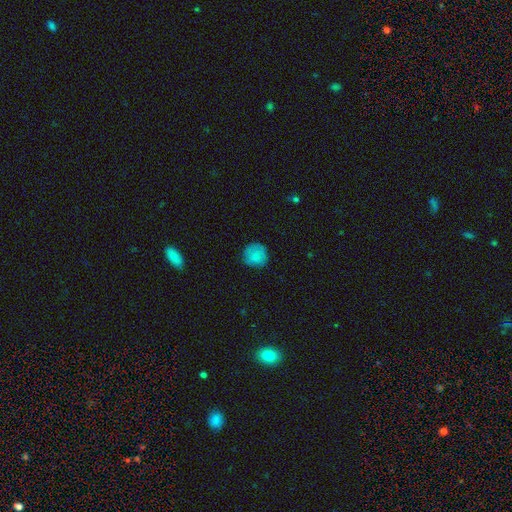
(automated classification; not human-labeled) Morphology: type=smooth (82%); roundness=round (91%); merging=none (80%).